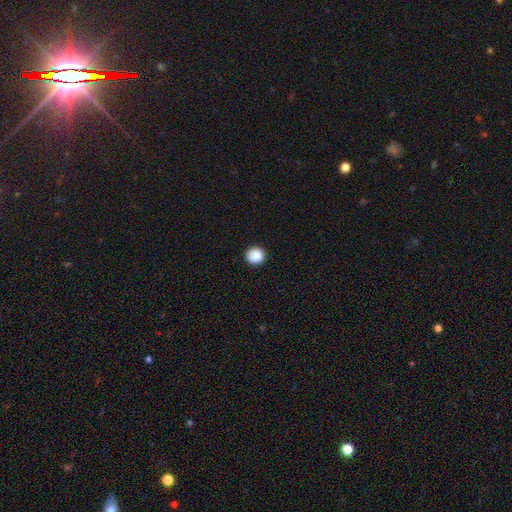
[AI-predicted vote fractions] The model was most divided on "smooth or featured": smooth: 88%, star or artifact: 9%, featured or disk: 3%. More confident: how rounded — round (95%); merging — none (93%).